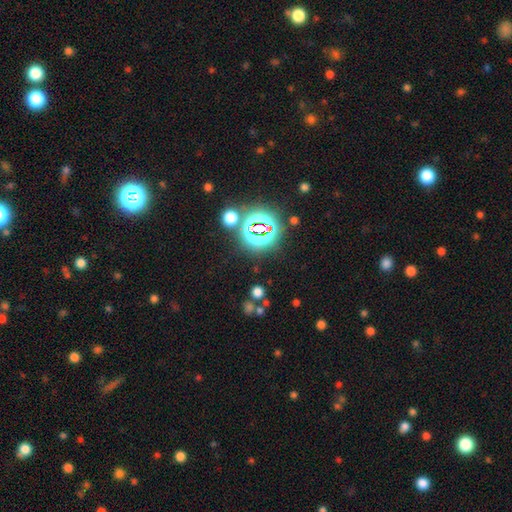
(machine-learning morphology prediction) Smooth or featured? star or artifact (79%)